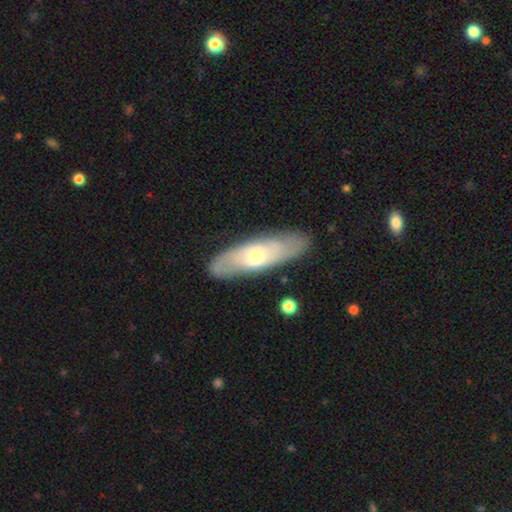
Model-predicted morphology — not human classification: type=featured or disk (56%); edge-on=no (73%); merging=none (83%).